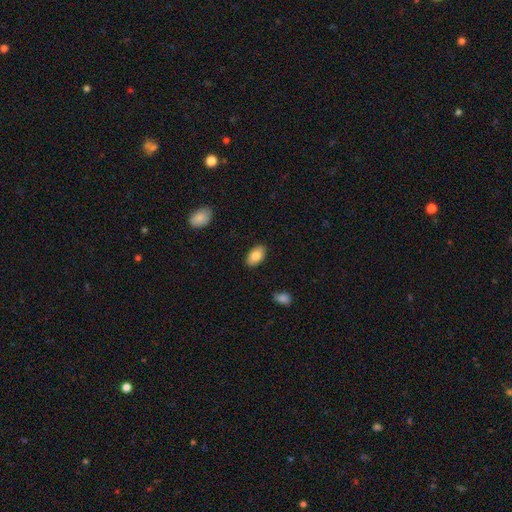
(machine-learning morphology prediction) This is clearly a smooth galaxy (83%). How rounded: clearly in between (94%). Merging: clearly none (88%).